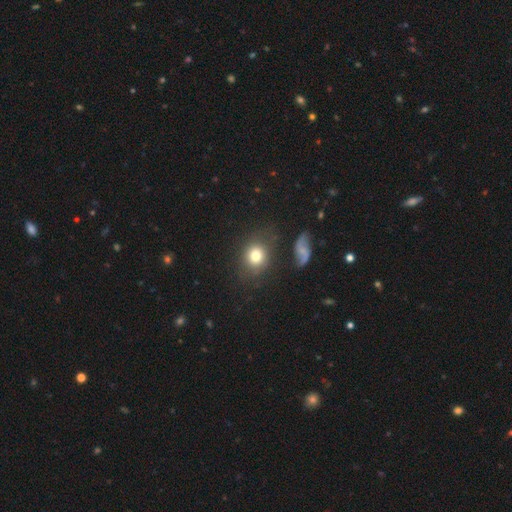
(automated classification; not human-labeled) The model was most divided on "how rounded": round: 72%, in between: 27%, cigar-shaped: 1%. More confident: smooth or featured — smooth (78%); merging — none (73%).